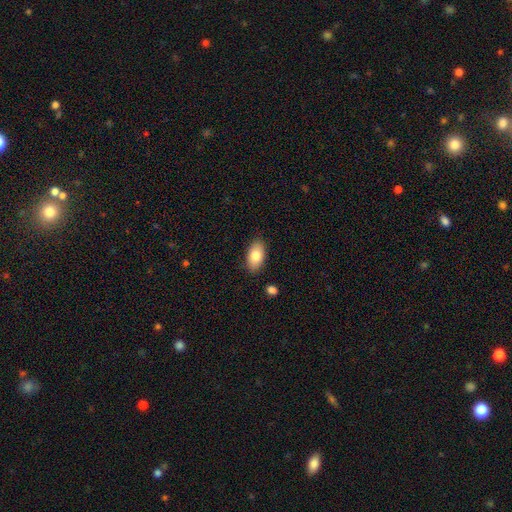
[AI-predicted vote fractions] A smooth galaxy with no disk features (81%) that is in between round and cigar-shaped (93%).

Vote fractions:
- Smooth or featured? smooth: 81% / featured or disk: 13% / star or artifact: 7%
- How rounded? in between: 93% / round: 5% / cigar-shaped: 2%
- Merging? none: 86% / minor disturbance: 10% / major disturbance: 2% / merger: 2%